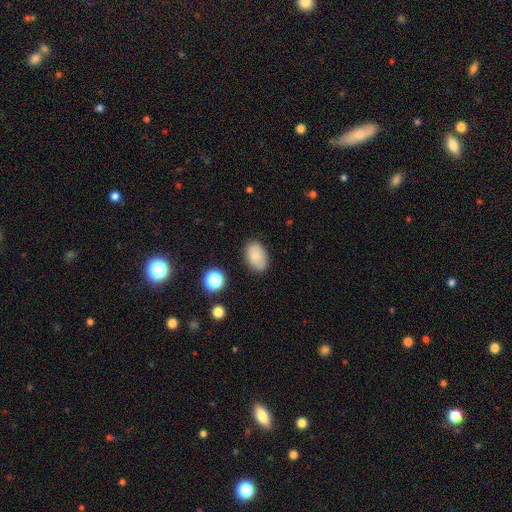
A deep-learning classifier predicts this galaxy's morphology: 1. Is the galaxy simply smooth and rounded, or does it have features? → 78% smooth, 13% featured or disk, 9% star or artifact.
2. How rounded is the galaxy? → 87% in between, 12% round, 1% cigar-shaped.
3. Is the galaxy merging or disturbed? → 81% none, 14% minor disturbance, 3% major disturbance, 2% merger.